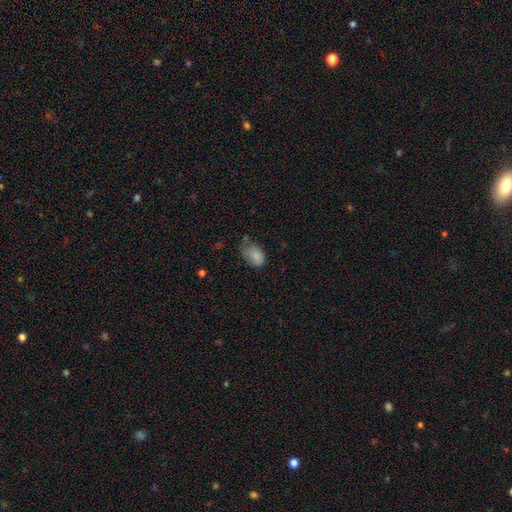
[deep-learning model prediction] Smooth or featured? smooth (83%)
How rounded? in between (85%)
Merging? minor disturbance (39%)